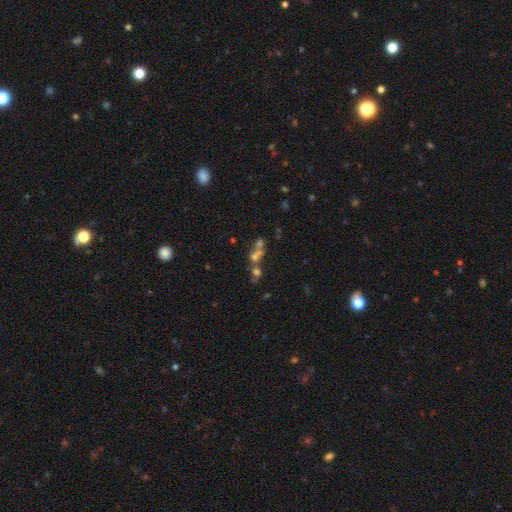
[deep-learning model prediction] This appears to be a smooth galaxy with no disk features (44%). Merging: merger (52%).